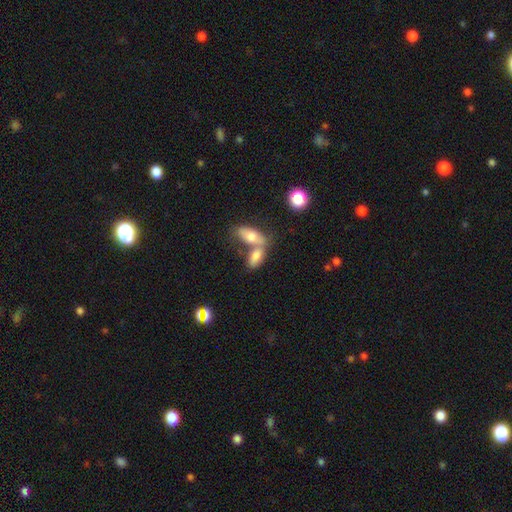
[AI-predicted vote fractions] The model was most divided on "merging": merger: 57%, none: 31%, minor disturbance: 9%, major disturbance: 4%. More confident: how rounded — in between (87%); smooth or featured — smooth (77%).